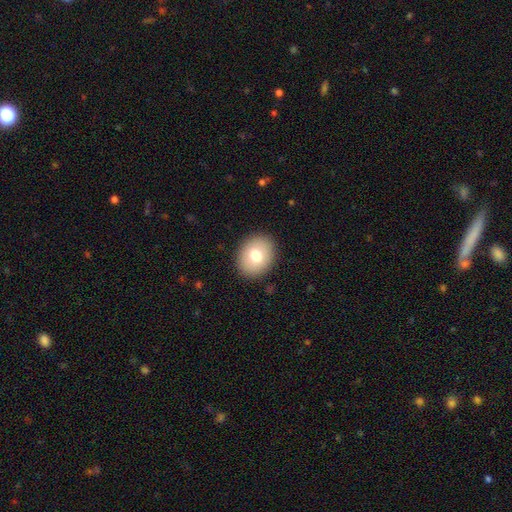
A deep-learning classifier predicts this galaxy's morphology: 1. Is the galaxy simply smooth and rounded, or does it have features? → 76% smooth, 16% featured or disk, 9% star or artifact.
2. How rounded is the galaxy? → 54% round, 45% in between, 1% cigar-shaped.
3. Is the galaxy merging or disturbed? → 89% none, 7% minor disturbance, 2% major disturbance, 1% merger.